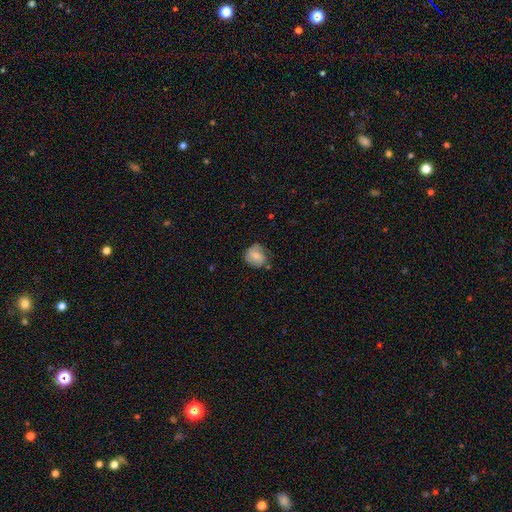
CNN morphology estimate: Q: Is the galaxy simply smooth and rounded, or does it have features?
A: smooth — 50%.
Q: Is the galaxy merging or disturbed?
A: none — 60%.